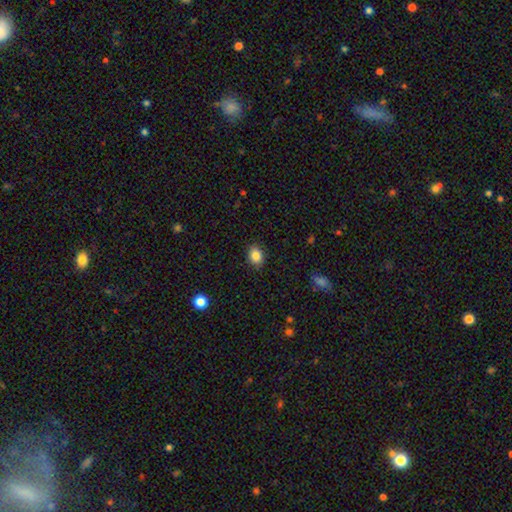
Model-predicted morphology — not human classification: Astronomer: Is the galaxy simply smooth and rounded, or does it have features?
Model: smooth — 85%.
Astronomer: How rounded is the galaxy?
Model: in between — 62% (runner-up: round, 37%).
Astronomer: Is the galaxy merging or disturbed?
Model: none — 88%.